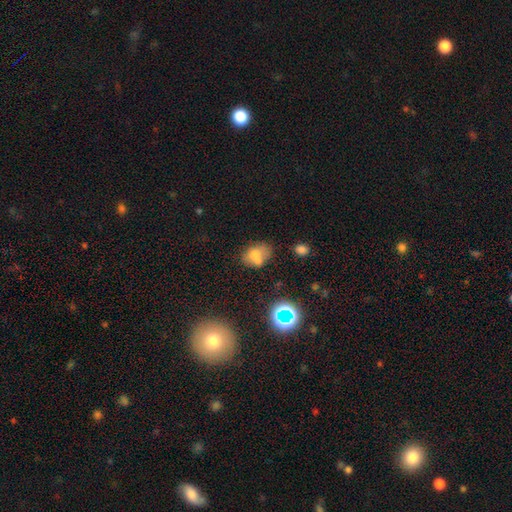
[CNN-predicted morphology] smooth-or-featured: smooth: 65% | featured or disk: 20% | star or artifact: 16%
  how-rounded: in between: 72% | round: 27% | cigar-shaped: 1%
  merging: none: 45% | merger: 25% | minor disturbance: 21% | major disturbance: 10%